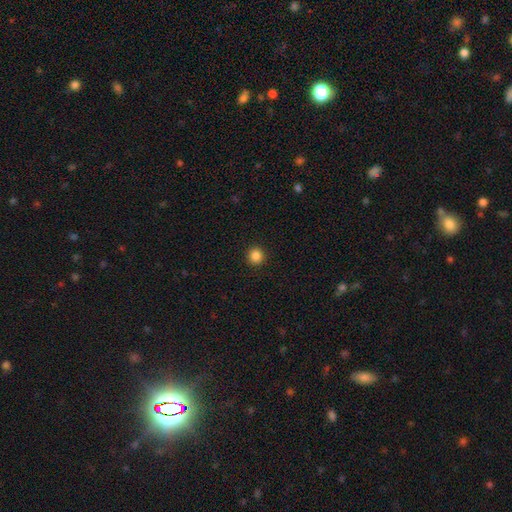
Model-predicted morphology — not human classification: Smooth or featured?
  - smooth: 86% *
  - star or artifact: 11%
  - featured or disk: 3%
How rounded?
  - round: 93% *
  - in between: 6%
  - cigar-shaped: 1%
Merging?
  - none: 93% *
  - minor disturbance: 5%
  - major disturbance: 2%
  - merger: 1%